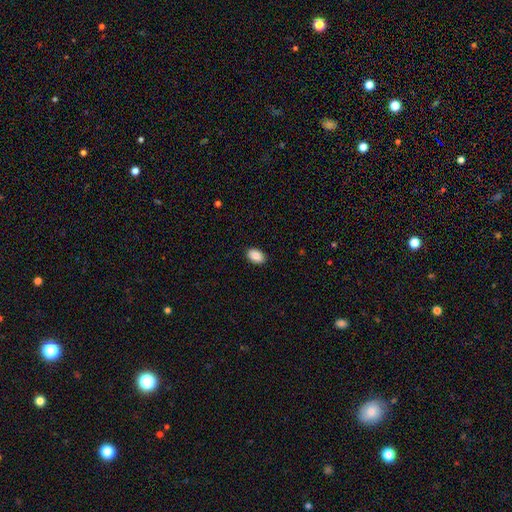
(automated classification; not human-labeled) smooth_or_featured: smooth (p=0.89) [alt: star or artifact p=0.07]
how_rounded: in between (p=0.88) [alt: round p=0.11]
merging: none (p=0.90) [alt: minor disturbance p=0.07]